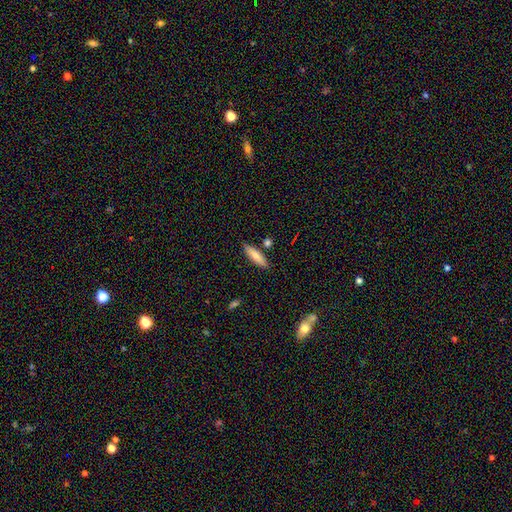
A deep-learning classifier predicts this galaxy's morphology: This appears to be a smooth galaxy with no disk features (79%) that is cigar-shaped (68%). Merging: none (83%).